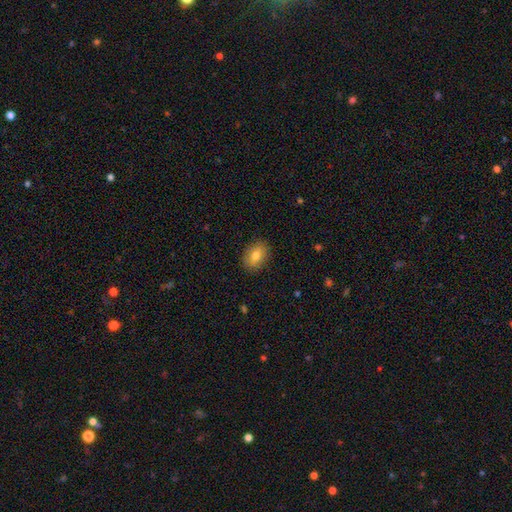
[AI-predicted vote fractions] A smooth galaxy with no disk features (78%) that is in between round and cigar-shaped (78%). Merging: none (88%).